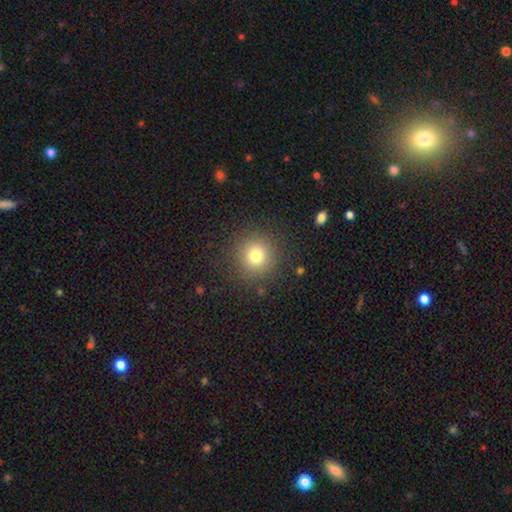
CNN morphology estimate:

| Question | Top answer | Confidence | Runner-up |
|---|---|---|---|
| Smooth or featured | smooth | 77% | star or artifact (14%) |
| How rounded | round | 94% | in between (5%) |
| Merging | none | 89% | minor disturbance (7%) |